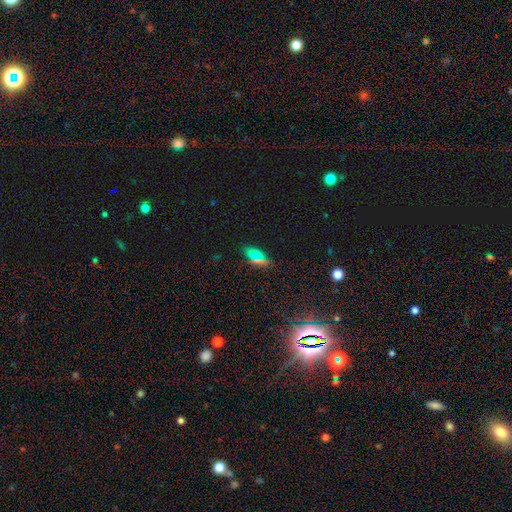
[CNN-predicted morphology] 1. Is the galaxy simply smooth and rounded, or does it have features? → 65% smooth, 23% star or artifact, 11% featured or disk.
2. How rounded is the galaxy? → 76% in between, 16% cigar-shaped, 8% round.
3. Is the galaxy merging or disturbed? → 78% none, 13% minor disturbance, 5% merger, 5% major disturbance.